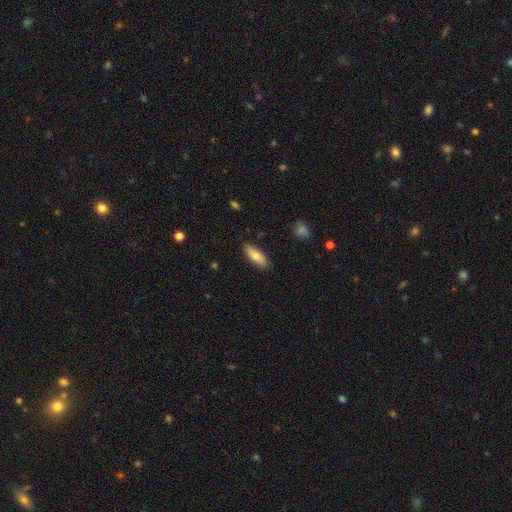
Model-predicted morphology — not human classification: Smooth or featured: smooth — 80% (featured or disk — 14%)
How rounded: in between — 72% (cigar-shaped — 26%)
Merging: none — 86% (minor disturbance — 11%)